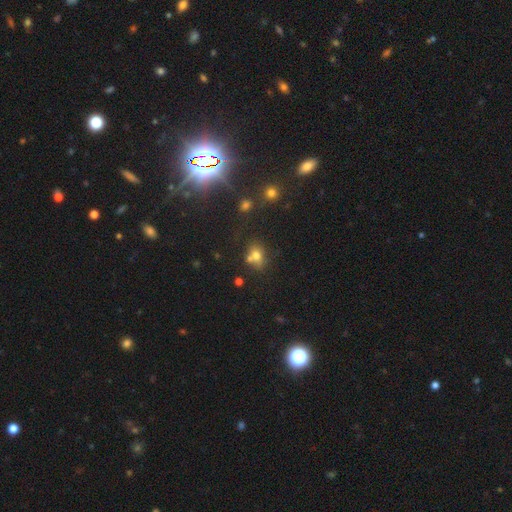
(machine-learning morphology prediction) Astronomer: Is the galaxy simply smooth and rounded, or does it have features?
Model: smooth — 66%.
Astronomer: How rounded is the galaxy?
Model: round — 54% (runner-up: in between, 44%).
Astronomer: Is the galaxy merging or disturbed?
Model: none — 48% (runner-up: merger, 32%).